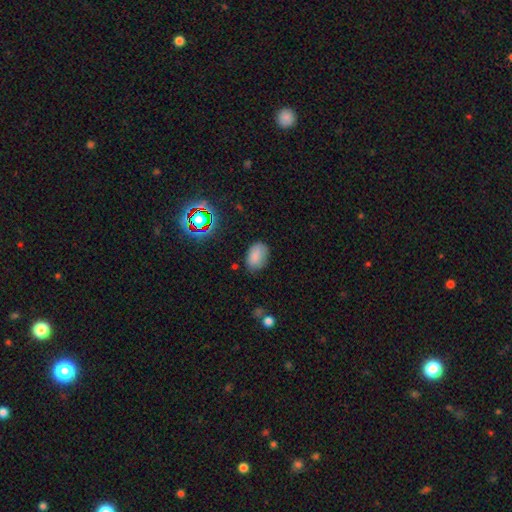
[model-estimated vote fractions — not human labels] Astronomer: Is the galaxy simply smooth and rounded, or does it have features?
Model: smooth — 82%.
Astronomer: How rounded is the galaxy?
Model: in between — 88%.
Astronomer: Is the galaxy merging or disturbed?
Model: none — 75%.